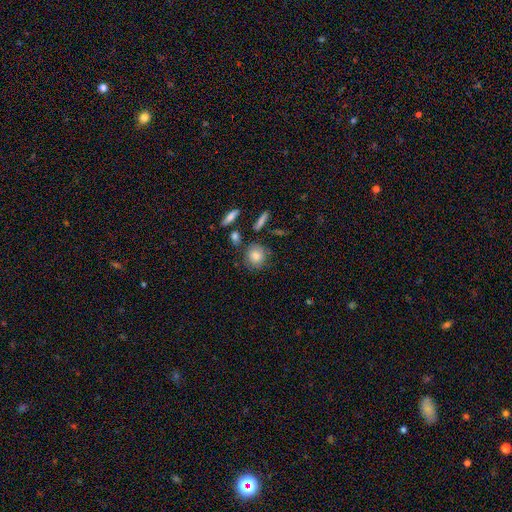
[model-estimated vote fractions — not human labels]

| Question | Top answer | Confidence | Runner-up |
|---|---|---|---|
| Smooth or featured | smooth | 73% | featured or disk (17%) |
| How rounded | round | 79% | in between (19%) |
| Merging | none | 74% | minor disturbance (15%) |